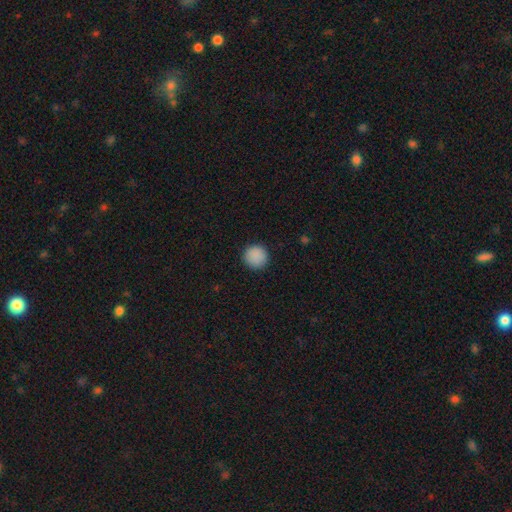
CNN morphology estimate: Smooth or featured?
  - smooth: 89% *
  - star or artifact: 8%
  - featured or disk: 3%
How rounded?
  - round: 95% *
  - in between: 4%
  - cigar-shaped: 1%
Merging?
  - none: 91% *
  - minor disturbance: 6%
  - major disturbance: 2%
  - merger: 1%